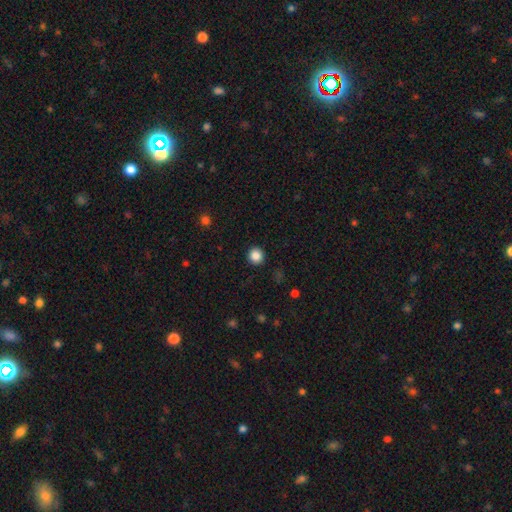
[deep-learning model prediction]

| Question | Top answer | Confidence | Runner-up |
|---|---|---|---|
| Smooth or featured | smooth | 85% | star or artifact (11%) |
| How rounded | round | 94% | in between (5%) |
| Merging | none | 93% | minor disturbance (5%) |